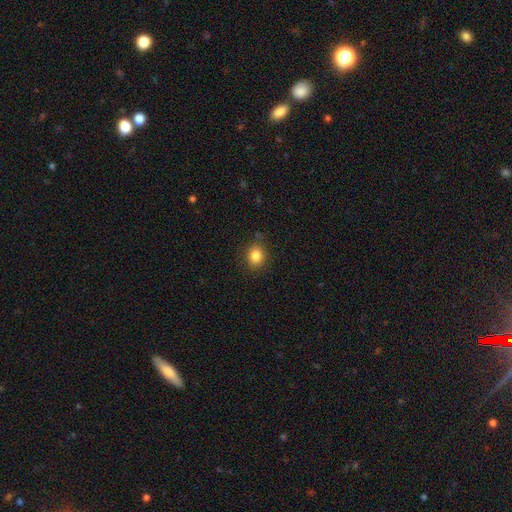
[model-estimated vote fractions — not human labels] Q: Smooth or featured?
A: smooth (84%); runner-up: star or artifact (10%)
Q: How rounded?
A: round (63%); runner-up: in between (36%)
Q: Merging?
A: none (85%); runner-up: minor disturbance (11%)